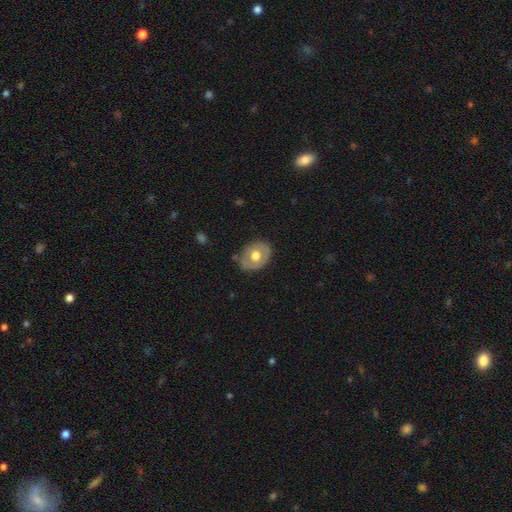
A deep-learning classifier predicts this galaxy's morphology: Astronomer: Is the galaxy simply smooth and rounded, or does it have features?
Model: smooth — 51% (runner-up: featured or disk, 43%).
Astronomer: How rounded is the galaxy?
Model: in between — 60% (runner-up: round, 39%).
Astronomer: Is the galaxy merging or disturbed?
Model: none — 77%.